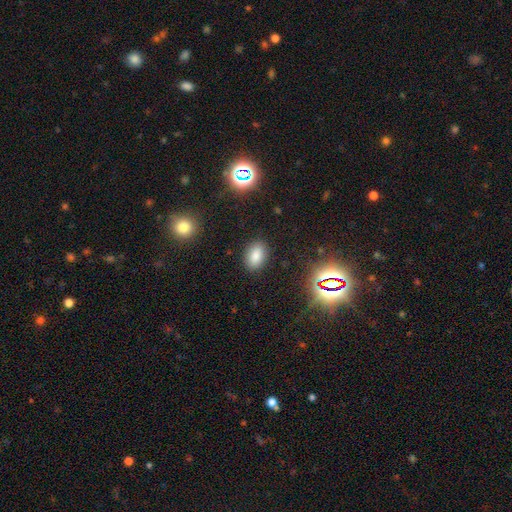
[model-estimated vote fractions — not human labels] Smooth or featured?
  - smooth: 81% *
  - star or artifact: 12%
  - featured or disk: 7%
How rounded?
  - in between: 85% *
  - round: 13%
  - cigar-shaped: 2%
Merging?
  - none: 87% *
  - minor disturbance: 9%
  - major disturbance: 3%
  - merger: 1%